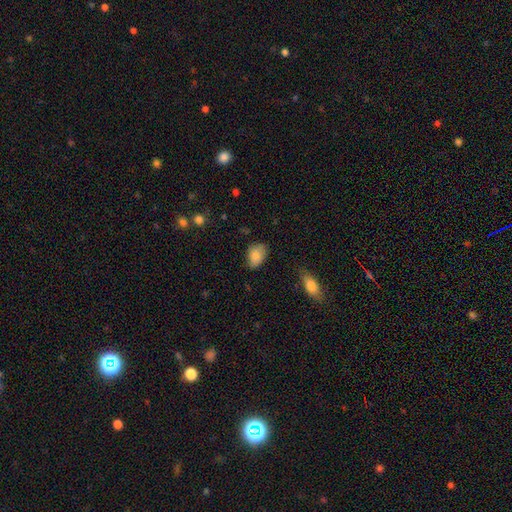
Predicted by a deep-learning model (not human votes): The model was most divided on "merging": none: 66%, minor disturbance: 28%, major disturbance: 5%, merger: 2%. More confident: smooth or featured — smooth (85%); how rounded — in between (82%).